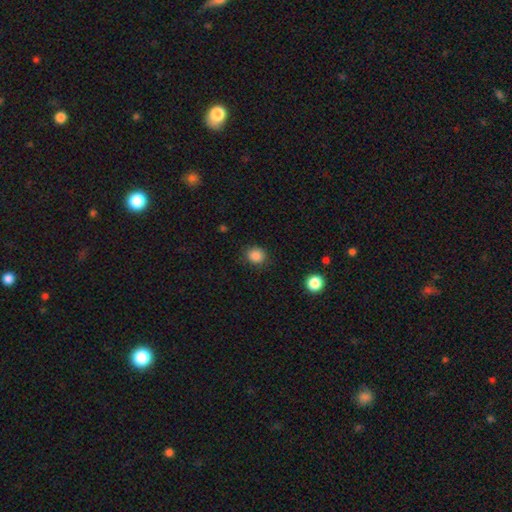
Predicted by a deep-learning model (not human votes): This appears to be a smooth galaxy with no disk features (86%) that is round (80%). Merging: none (85%).